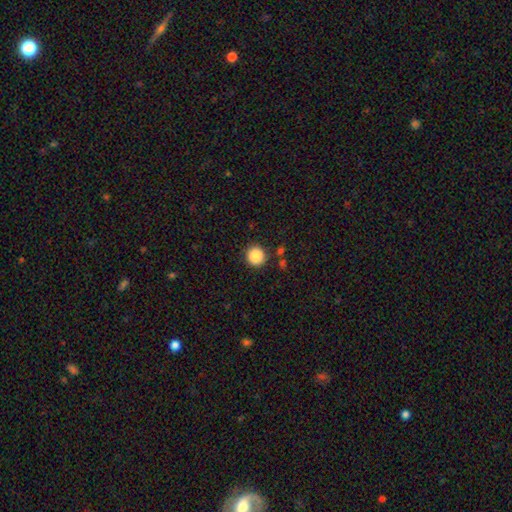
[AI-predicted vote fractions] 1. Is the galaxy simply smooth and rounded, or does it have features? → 86% smooth, 10% star or artifact, 3% featured or disk.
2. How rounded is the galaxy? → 93% round, 6% in between, 1% cigar-shaped.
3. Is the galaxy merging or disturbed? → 88% none, 7% minor disturbance, 3% merger, 2% major disturbance.